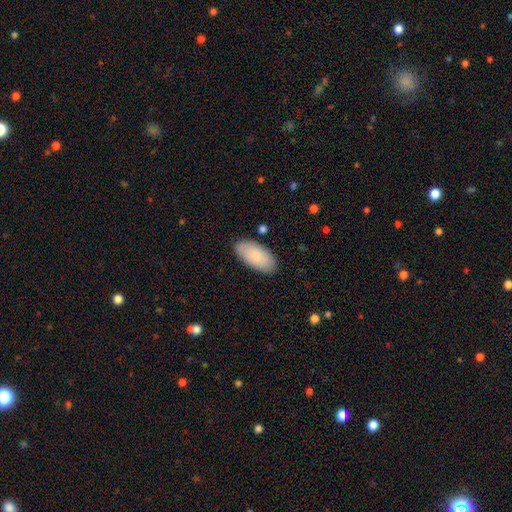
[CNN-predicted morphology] This is clearly a smooth galaxy (81%). How rounded: clearly in between (95%). Merging: clearly none (85%).